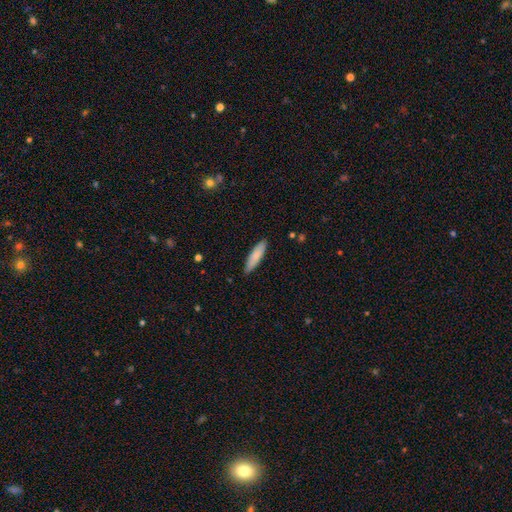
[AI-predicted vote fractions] Smooth or featured? Predicted: smooth (p=0.84). How rounded? Predicted: cigar-shaped (p=0.69). Merging? Predicted: none (p=0.88).